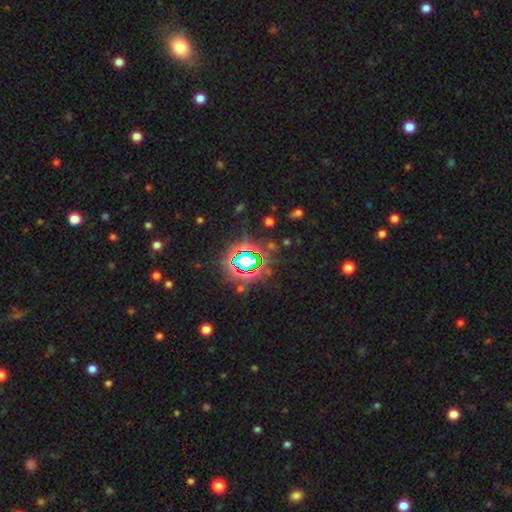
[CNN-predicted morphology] Q: Smooth or featured?
A: star or artifact (79%); runner-up: smooth (13%)